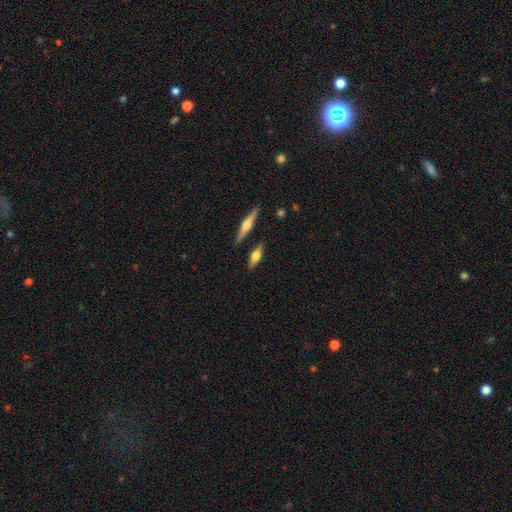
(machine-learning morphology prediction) Smooth or featured? Predicted: featured or disk (p=0.52). Edge-on disk? Predicted: yes (p=0.94). Merging? Predicted: none (p=0.82).